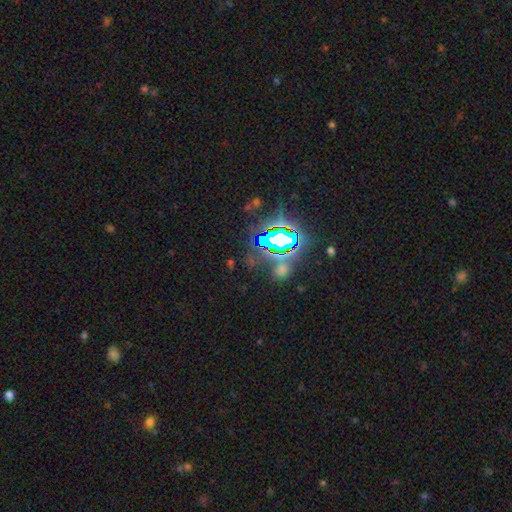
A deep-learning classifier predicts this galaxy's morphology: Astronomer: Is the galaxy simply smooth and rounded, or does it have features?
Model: star or artifact — 79%.